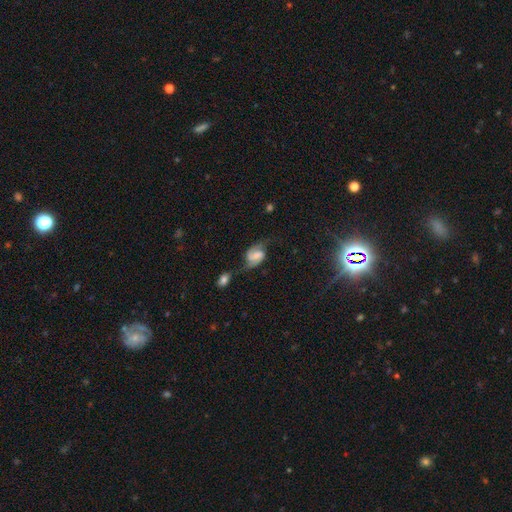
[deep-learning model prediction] smooth_or_featured: featured or disk (p=0.71) [alt: smooth p=0.19]
disk_edge_on: no (p=0.97) [alt: yes p=0.03]
bar: weak (p=0.48) [alt: strong p=0.28]
has_spiral_arms: yes (p=0.93) [alt: no p=0.07]
spiral_winding: medium (p=0.43) [alt: loose p=0.41]
spiral_arm_count: 2 (p=0.90) [alt: can't tell p=0.04]
bulge_size: none (p=0.38) [alt: small p=0.23]
merging: none (p=0.55) [alt: minor disturbance p=0.22]